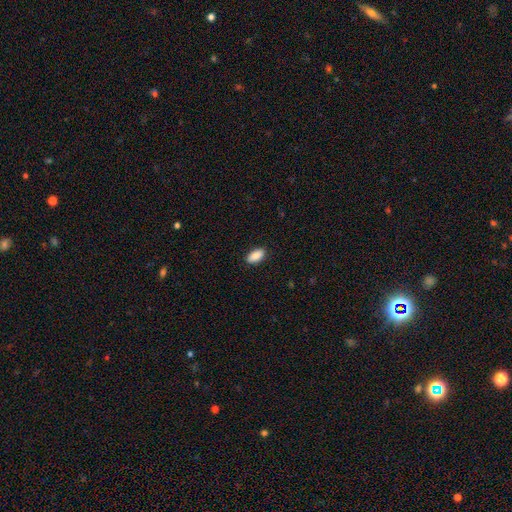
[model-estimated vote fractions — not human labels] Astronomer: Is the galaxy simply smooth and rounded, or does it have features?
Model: smooth — 88%.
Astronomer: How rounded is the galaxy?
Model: in between — 92%.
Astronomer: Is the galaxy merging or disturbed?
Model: none — 88%.